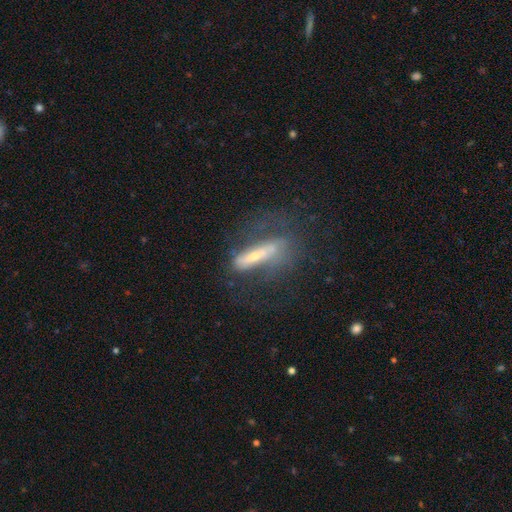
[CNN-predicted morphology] Smooth or featured? Predicted: featured or disk (p=0.58). Edge-on disk? Predicted: yes (p=0.54). Merging? Predicted: none (p=0.47).